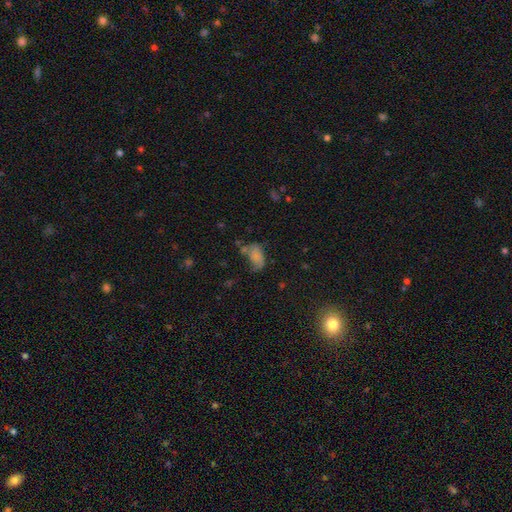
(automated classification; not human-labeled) A smooth galaxy with no disk features (64%) that is in between round and cigar-shaped (88%).

Vote fractions:
- Smooth or featured? smooth: 64% / featured or disk: 22% / star or artifact: 14%
- How rounded? in between: 88% / round: 10% / cigar-shaped: 3%
- Merging? none: 34% / major disturbance: 28% / minor disturbance: 27% / merger: 11%